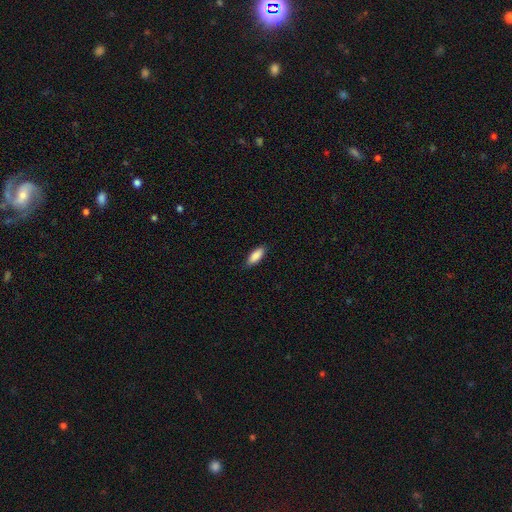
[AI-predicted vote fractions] Smooth or featured? Predicted: smooth (p=0.88). How rounded? Predicted: in between (p=0.73). Merging? Predicted: none (p=0.84).